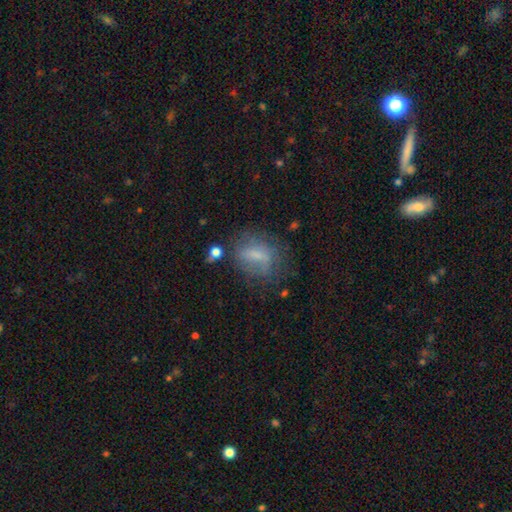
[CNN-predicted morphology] type=smooth (52%); roundness=in between (64%); merging=none (51%).